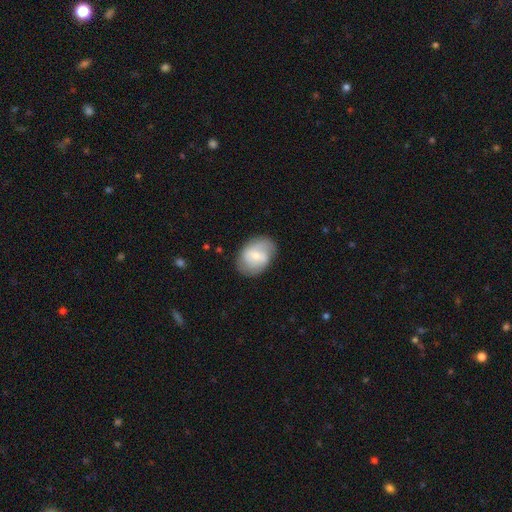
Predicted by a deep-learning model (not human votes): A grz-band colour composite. It shows a featured or disk galaxy (50%). Merging: none (76%).